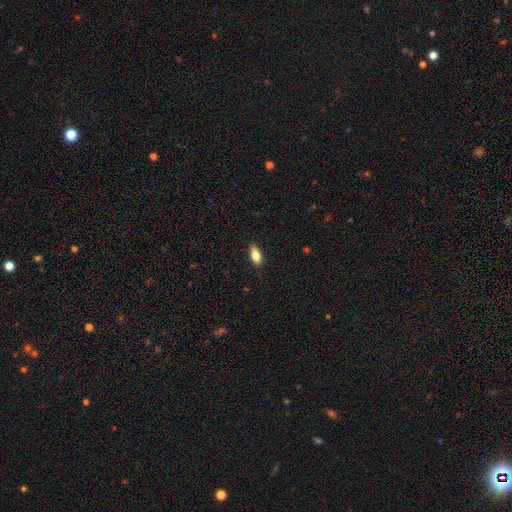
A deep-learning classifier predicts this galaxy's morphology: The model was most divided on "smooth or featured": smooth: 81%, featured or disk: 12%, star or artifact: 7%. More confident: how rounded — in between (86%); merging — none (85%).